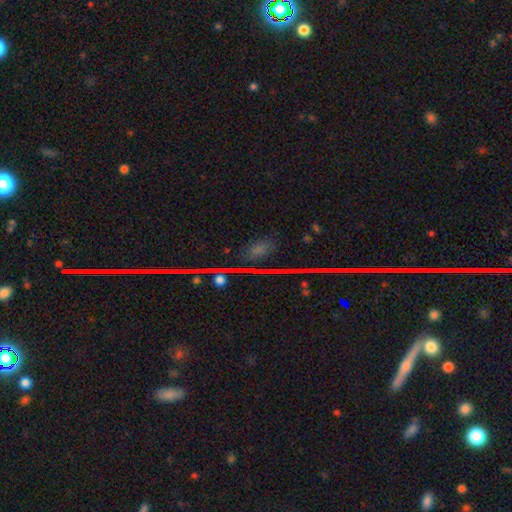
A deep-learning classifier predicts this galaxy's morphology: Overall: star or artifact (76%).